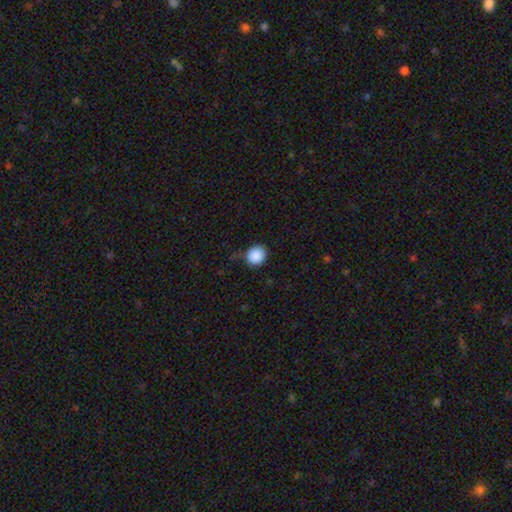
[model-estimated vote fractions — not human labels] A smooth galaxy with no disk features (89%) that is round (83%). Merging: none (75%).